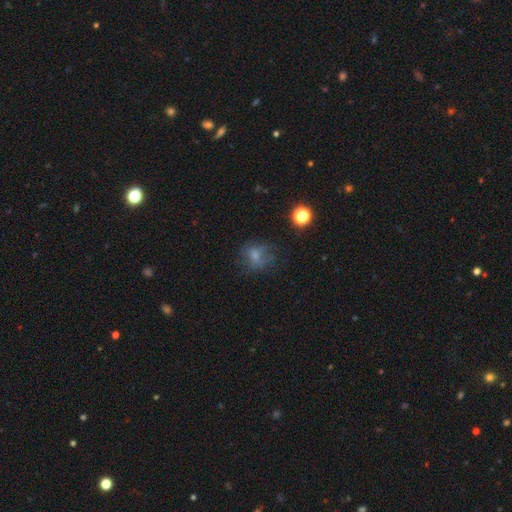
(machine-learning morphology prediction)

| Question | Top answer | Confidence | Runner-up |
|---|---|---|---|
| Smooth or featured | smooth | 55% | featured or disk (26%) |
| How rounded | round | 64% | in between (35%) |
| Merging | none | 51% | major disturbance (25%) |